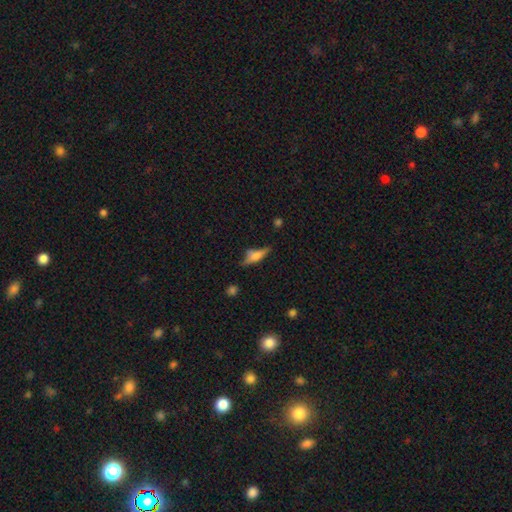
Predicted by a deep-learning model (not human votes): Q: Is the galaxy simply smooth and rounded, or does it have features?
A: smooth — 47%.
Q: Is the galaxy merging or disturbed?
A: none — 62%.